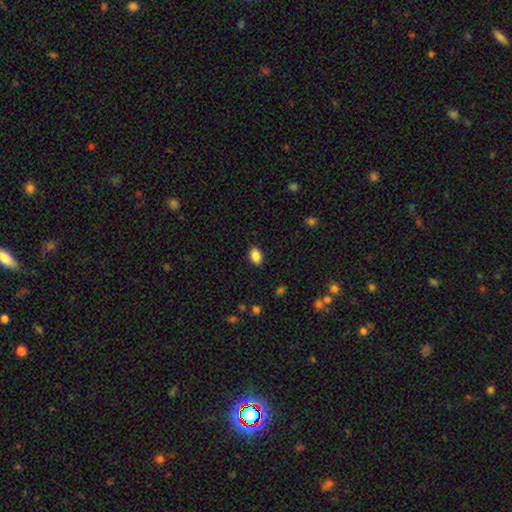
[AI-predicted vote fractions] smooth_or_featured: smooth (p=0.87) [alt: star or artifact p=0.08]
how_rounded: in between (p=0.83) [alt: round p=0.16]
merging: none (p=0.88) [alt: minor disturbance p=0.09]